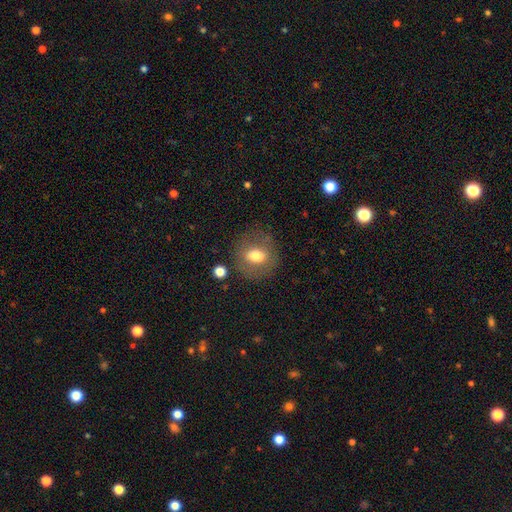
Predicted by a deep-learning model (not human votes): smooth-or-featured: smooth: 67% | featured or disk: 24% | star or artifact: 9%
  how-rounded: round: 62% | in between: 37% | cigar-shaped: 2%
  merging: none: 79% | minor disturbance: 13% | major disturbance: 6% | merger: 2%